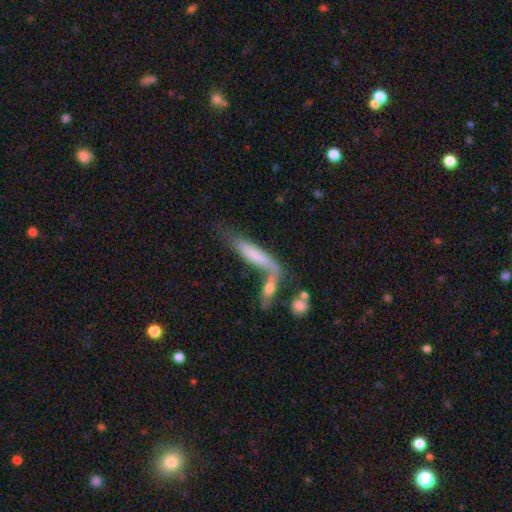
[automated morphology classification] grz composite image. It shows a smooth galaxy with no disk features (61%) that is cigar-shaped (76%). Merging: merger (46%).